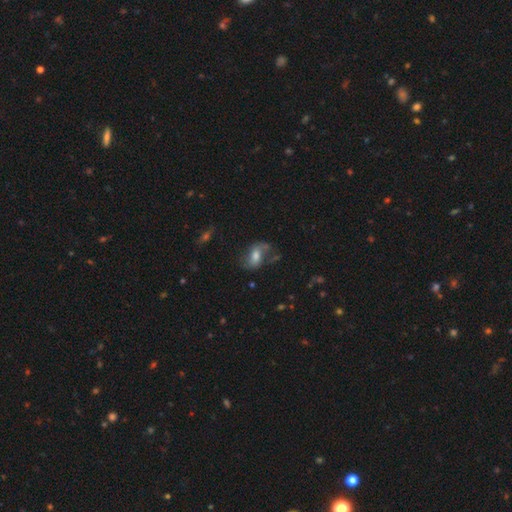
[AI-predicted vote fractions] Q: Smooth or featured?
A: featured or disk (45%); tied with: smooth (45%)
Q: Merging?
A: none (50%); runner-up: minor disturbance (24%)